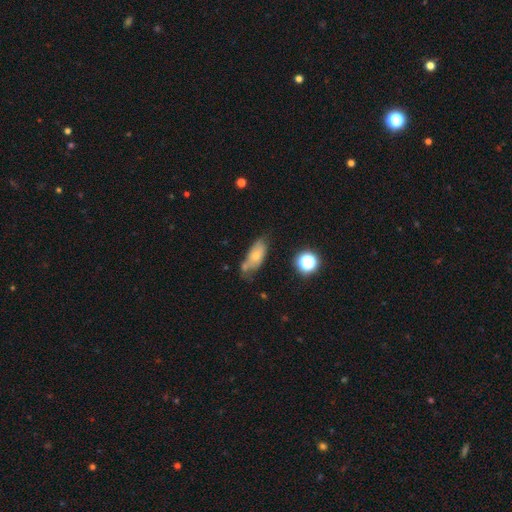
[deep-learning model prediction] Smooth or featured: smooth — 63% (featured or disk — 27%)
How rounded: in between — 80% (cigar-shaped — 14%)
Merging: none — 42% (minor disturbance — 31%)